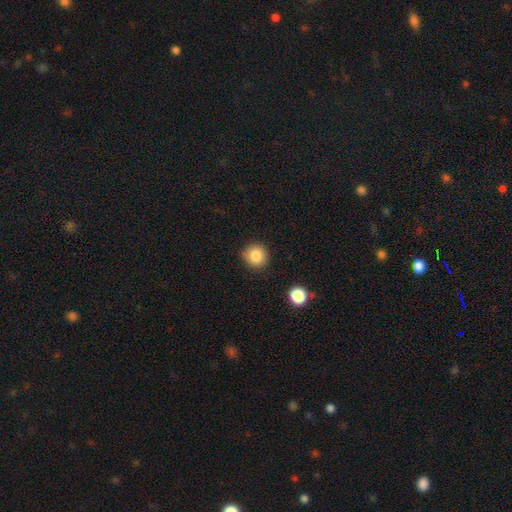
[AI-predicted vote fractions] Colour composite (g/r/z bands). It shows a smooth galaxy with no disk features (85%) that is round (92%). Merging: none (89%).